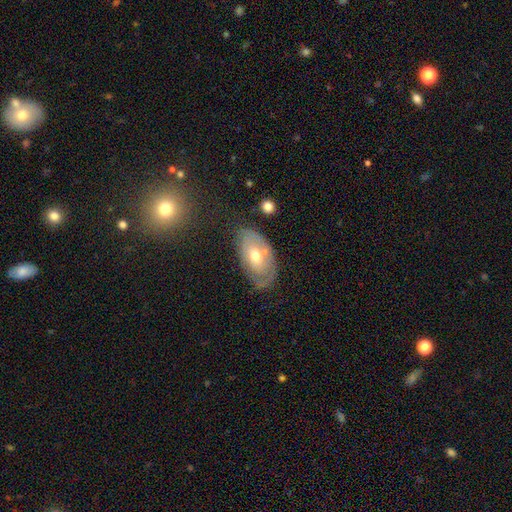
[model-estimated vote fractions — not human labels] This is possibly a featured or disk galaxy (52%). It is clearly not viewed edge-on (89%). Merging: likely none (60%).